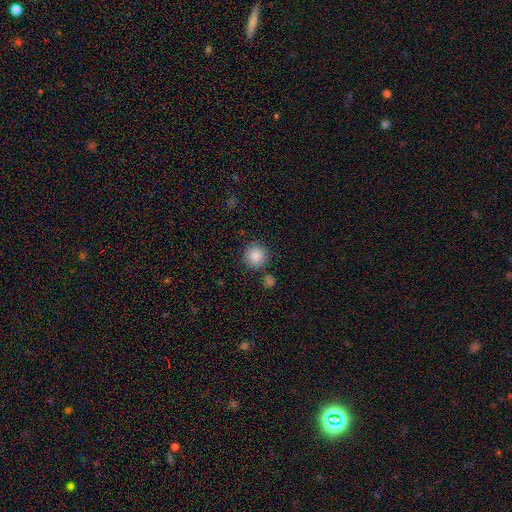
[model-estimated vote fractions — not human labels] smooth_or_featured: smooth (p=0.88) [alt: star or artifact p=0.09]
how_rounded: round (p=0.94) [alt: in between p=0.05]
merging: none (p=0.83) [alt: minor disturbance p=0.08]